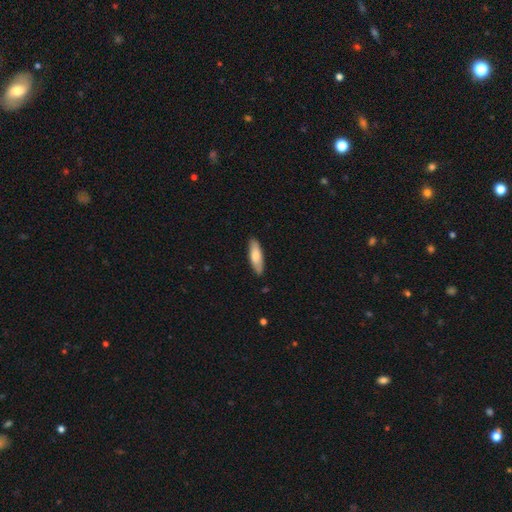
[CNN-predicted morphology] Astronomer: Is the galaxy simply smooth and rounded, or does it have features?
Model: smooth — 74%.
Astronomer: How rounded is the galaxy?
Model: cigar-shaped — 50% (runner-up: in between, 49%).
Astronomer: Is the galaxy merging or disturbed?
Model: none — 85%.